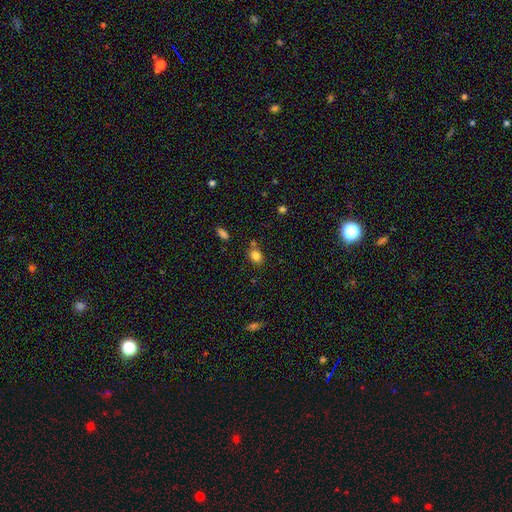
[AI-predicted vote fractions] The model was most divided on "how rounded": in between: 57%, round: 42%, cigar-shaped: 1%. More confident: smooth or featured — smooth (82%); merging — none (69%).